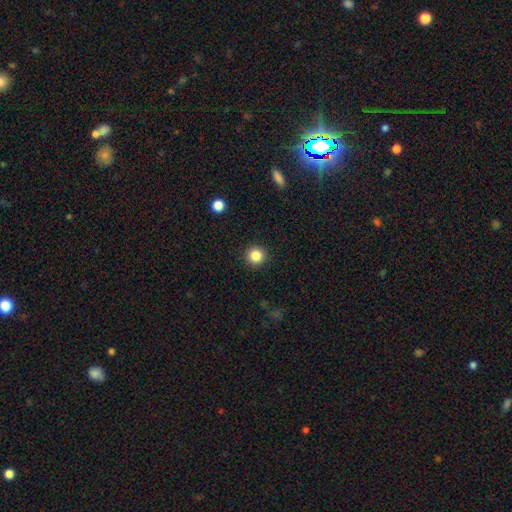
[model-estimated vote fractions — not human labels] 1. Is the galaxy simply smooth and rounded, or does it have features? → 84% smooth, 11% star or artifact, 4% featured or disk.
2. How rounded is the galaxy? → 95% round, 4% in between, 1% cigar-shaped.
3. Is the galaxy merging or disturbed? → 92% none, 5% minor disturbance, 2% major disturbance, 1% merger.